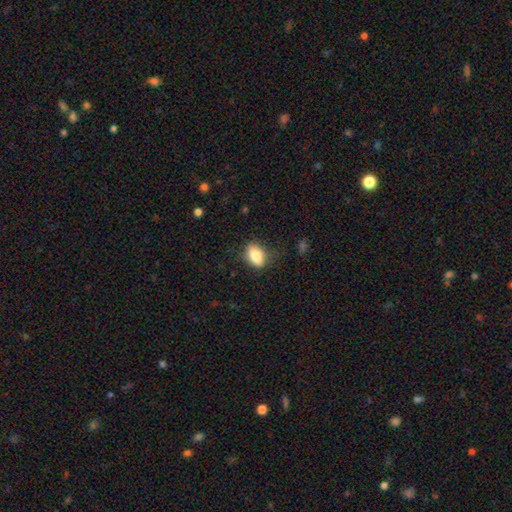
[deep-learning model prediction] smooth 78%, featured or disk 14%, star or artifact 8%. Down the decision tree: how rounded — in between (82%); merging — none (74%).